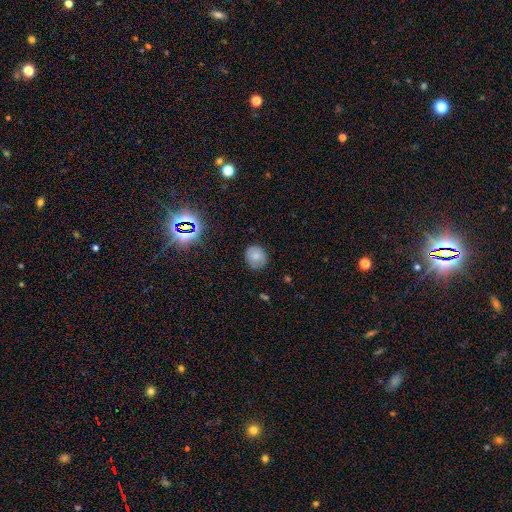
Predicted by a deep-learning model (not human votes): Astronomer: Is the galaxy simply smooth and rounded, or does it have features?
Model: smooth — 75%.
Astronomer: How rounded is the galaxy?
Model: round — 73%.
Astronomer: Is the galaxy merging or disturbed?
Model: none — 80%.